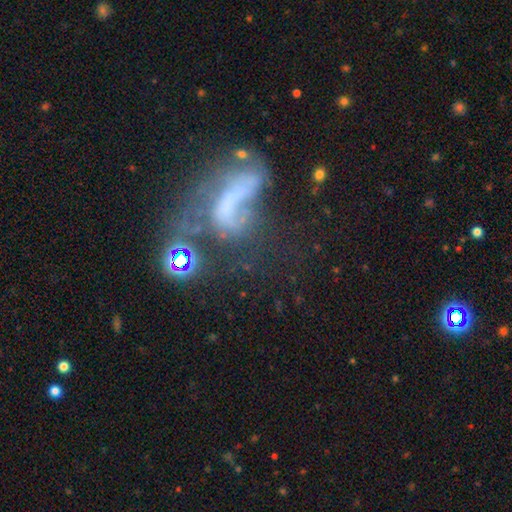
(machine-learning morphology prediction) This is possibly a featured or disk galaxy (52%). It is clearly not viewed edge-on (88%). Merging: marginally major disturbance (40%).